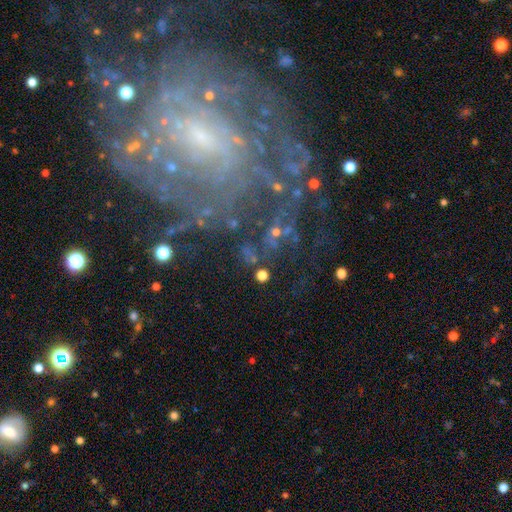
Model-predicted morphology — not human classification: type=featured or disk (67%); edge-on=no (96%); bar=no (50%); spiral arms=yes (85%); winding=tight (59%); arm count=can't tell (38%); bulge=small (64%); merging=none (61%).